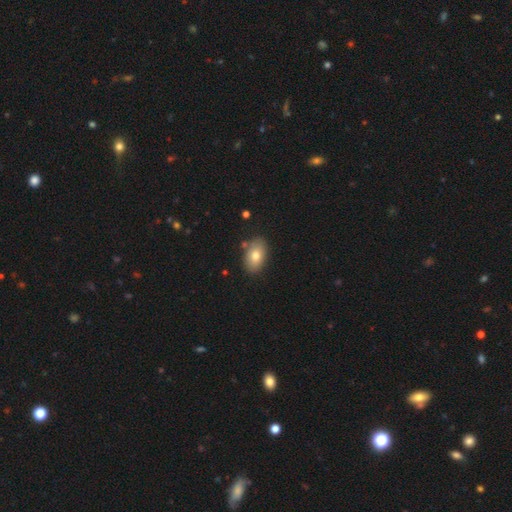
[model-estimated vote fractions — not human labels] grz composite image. It shows a smooth galaxy with no disk features (76%) that is in between round and cigar-shaped (90%). Merging: none (83%).